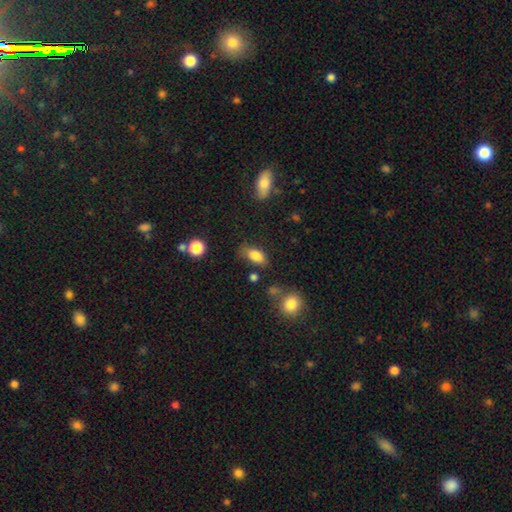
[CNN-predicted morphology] Overall: smooth (83%). How rounded: in between (88%). Merging: none (62%; minor disturbance 25%).